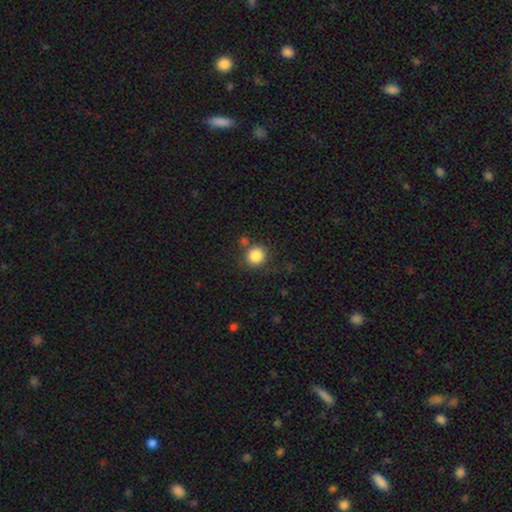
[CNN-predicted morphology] Smooth or featured: smooth — 85% (star or artifact — 10%)
How rounded: round — 91% (in between — 8%)
Merging: none — 78% (minor disturbance — 10%)